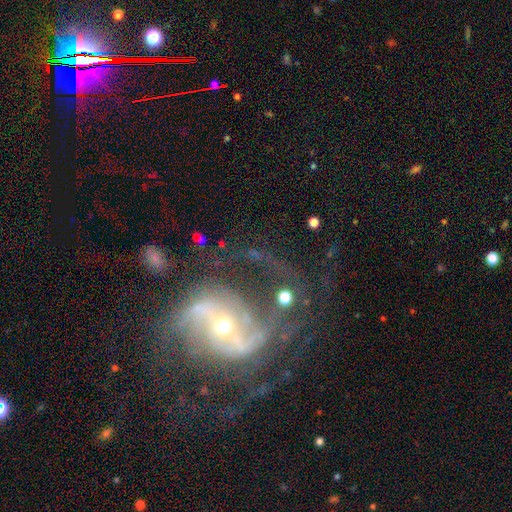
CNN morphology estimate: Smooth or featured? featured or disk (87%)
Edge-on disk? no (97%)
Bar? strong (50%)
Spiral arms? yes (95%)
Spiral winding? loose (45%)
Spiral arm count? 2 (82%)
Bulge size? small (63%)
Merging? none (55%)